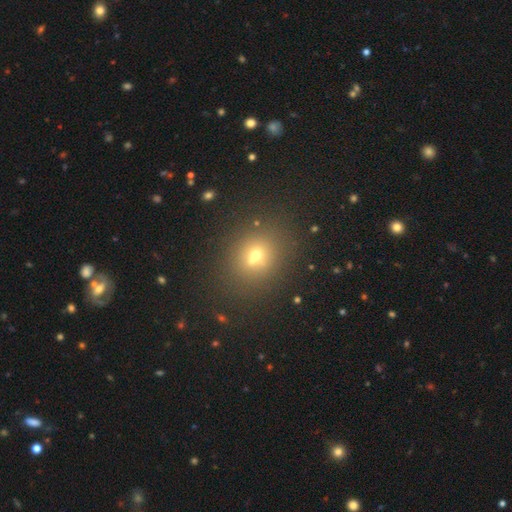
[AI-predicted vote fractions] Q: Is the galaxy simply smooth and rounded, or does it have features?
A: smooth — 59%.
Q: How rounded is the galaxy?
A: round — 67%.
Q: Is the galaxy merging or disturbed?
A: none — 64%.